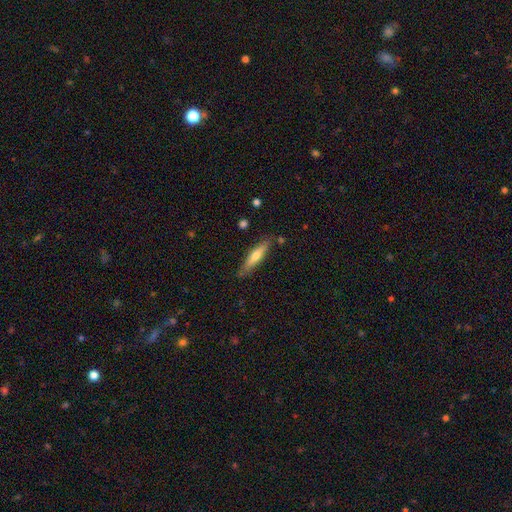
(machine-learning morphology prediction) smooth-or-featured: smooth: 59% | featured or disk: 36% | star or artifact: 6%
  how-rounded: cigar-shaped: 81% | in between: 18% | round: 1%
  merging: none: 81% | minor disturbance: 14% | major disturbance: 3% | merger: 3%